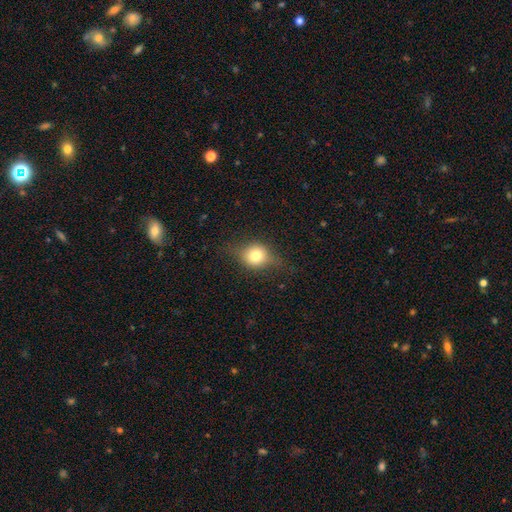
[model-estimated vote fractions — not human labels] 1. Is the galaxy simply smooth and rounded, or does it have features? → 63% smooth, 25% featured or disk, 11% star or artifact.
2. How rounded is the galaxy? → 71% round, 27% in between, 2% cigar-shaped.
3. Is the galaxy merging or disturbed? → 70% none, 20% minor disturbance, 9% major disturbance, 1% merger.